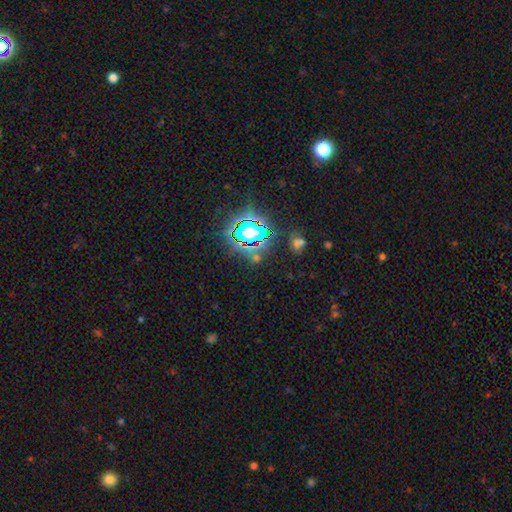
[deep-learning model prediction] smooth_or_featured: star or artifact (p=0.76) [alt: smooth p=0.15]